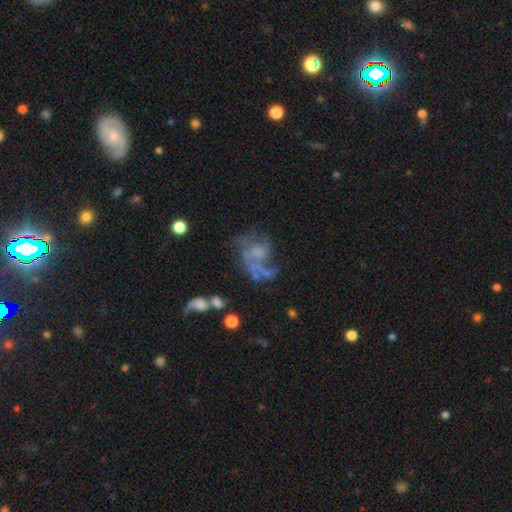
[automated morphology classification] smooth-or-featured: featured or disk: 61% | smooth: 22% | star or artifact: 16%
  disk-edge-on: no: 97% | yes: 3%
    bar: no: 76% | weak: 20% | strong: 4%
    has-spiral-arms: yes: 56% | no: 44%
    bulge-size: none: 42% | small: 28% | moderate: 23% | large: 4% | dominant: 2%
  merging: major disturbance: 37% | none: 30% | minor disturbance: 17% | merger: 15%